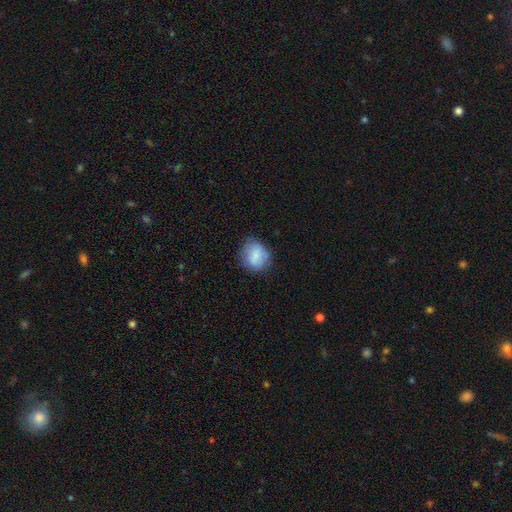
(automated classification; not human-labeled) smooth 80%, featured or disk 12%, star or artifact 8%. Down the decision tree: how rounded — round (65%); merging — none (70%).